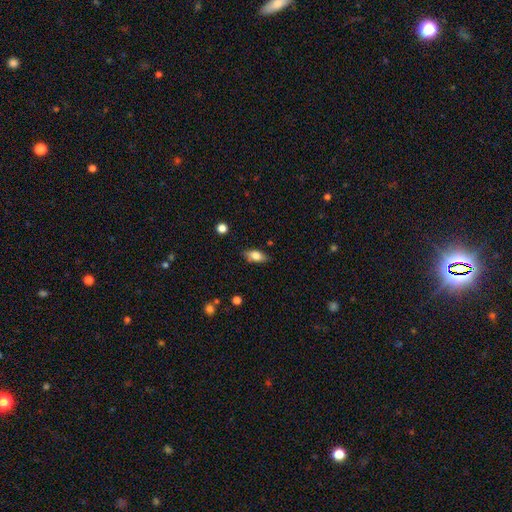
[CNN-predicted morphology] A smooth galaxy with no disk features (77%) that is in between round and cigar-shaped (84%). Merging: none (83%).